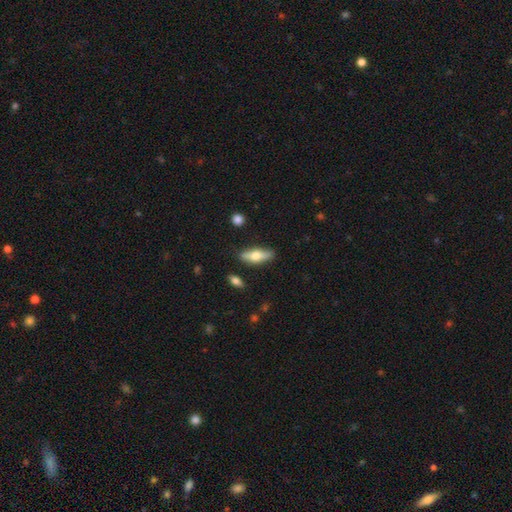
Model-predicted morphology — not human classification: A smooth galaxy with no disk features (56%) that is in between round and cigar-shaped (53%). Merging: none (84%).